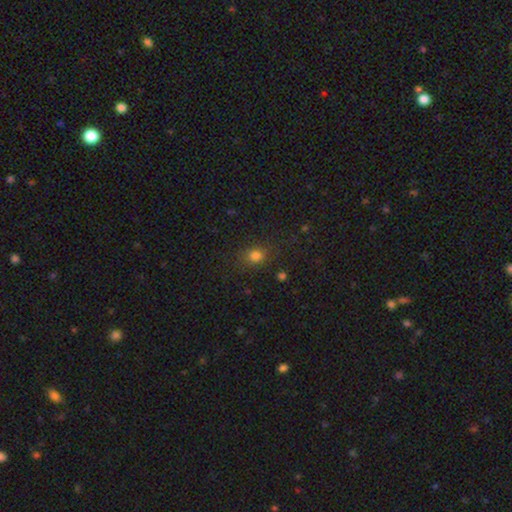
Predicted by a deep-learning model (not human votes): Smooth or featured? smooth (78%)
How rounded? round (64%)
Merging? none (82%)